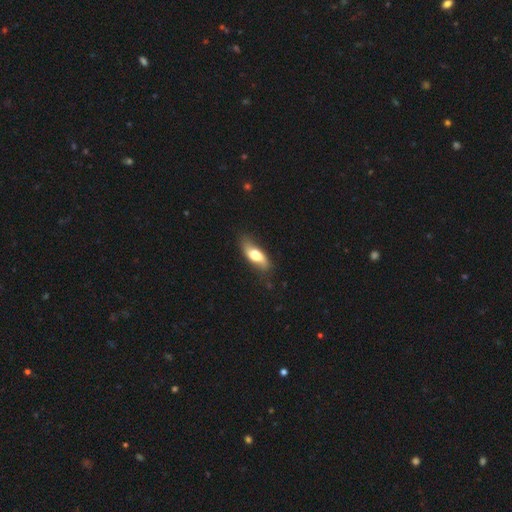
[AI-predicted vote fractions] This is possibly a smooth galaxy (47%). Merging: likely none (71%).